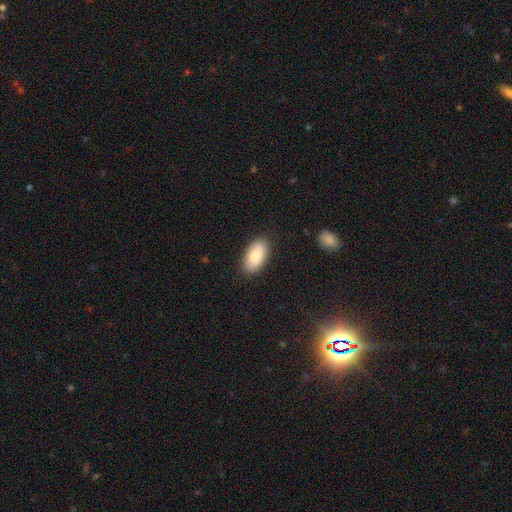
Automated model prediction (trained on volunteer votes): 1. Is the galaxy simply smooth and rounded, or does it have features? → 84% smooth, 10% featured or disk, 6% star or artifact.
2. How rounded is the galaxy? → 94% in between, 3% round, 2% cigar-shaped.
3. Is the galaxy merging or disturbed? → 86% none, 10% minor disturbance, 2% major disturbance, 1% merger.